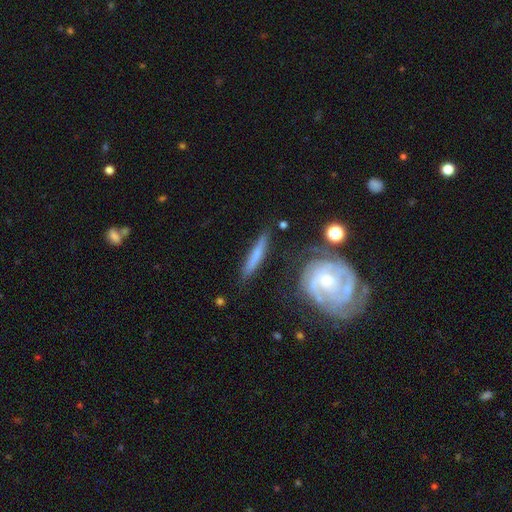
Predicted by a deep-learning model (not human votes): Smooth or featured?
  - smooth: 50% *
  - featured or disk: 43%
  - star or artifact: 6%
How rounded?
  - cigar-shaped: 91% *
  - in between: 7%
  - round: 3%
Merging?
  - none: 77% *
  - minor disturbance: 15%
  - major disturbance: 4%
  - merger: 4%